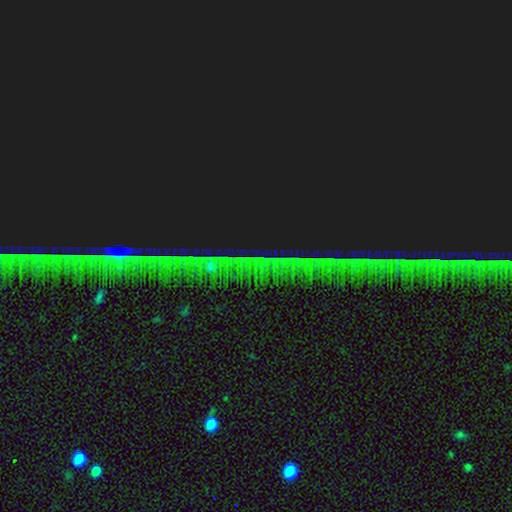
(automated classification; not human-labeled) star or artifact 84%, featured or disk 9%, smooth 7%.